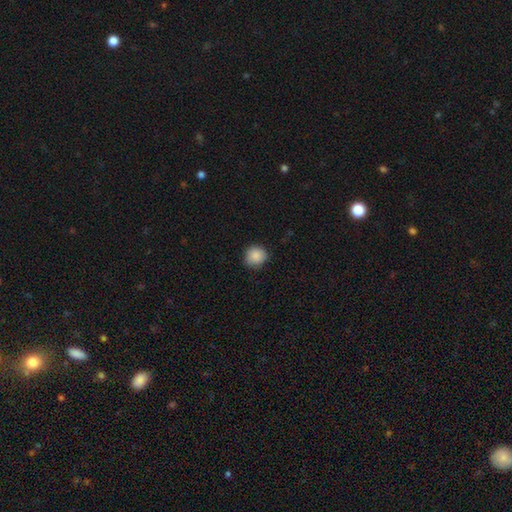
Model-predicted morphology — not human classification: A smooth galaxy with no disk features (87%) that is round (90%).

Vote fractions:
- Smooth or featured? smooth: 87% / star or artifact: 8% / featured or disk: 4%
- How rounded? round: 90% / in between: 9% / cigar-shaped: 1%
- Merging? none: 82% / minor disturbance: 14% / major disturbance: 2% / merger: 1%